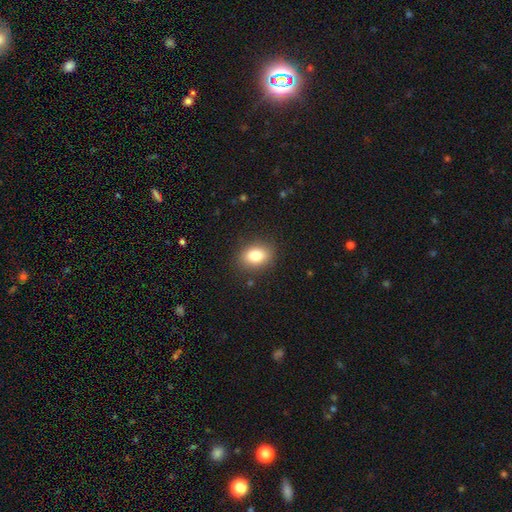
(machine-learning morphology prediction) This appears to be a smooth galaxy with no disk features (83%) that is in between round and cigar-shaped (72%). Merging: none (86%).